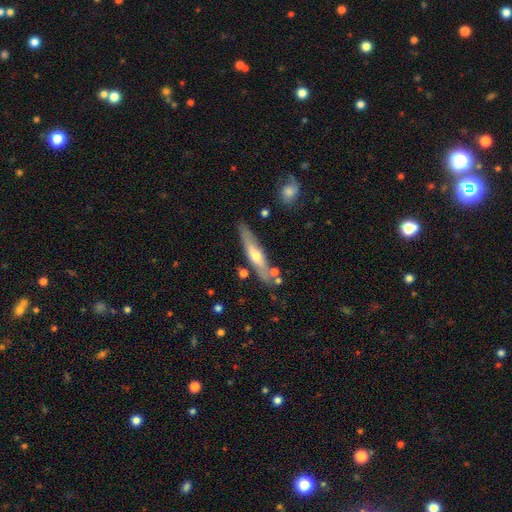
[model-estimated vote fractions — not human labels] This is possibly a featured or disk galaxy (51%). It is clearly viewed edge-on (82%). Merging: likely none (78%).